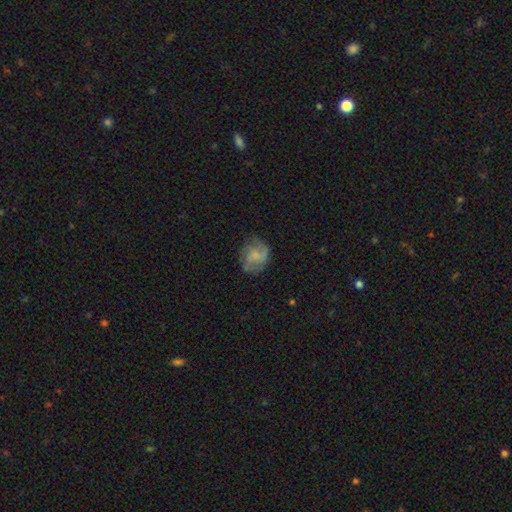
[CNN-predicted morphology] featured or disk 46%, smooth 45%, star or artifact 9%. Down the decision tree: merging — none (65%).